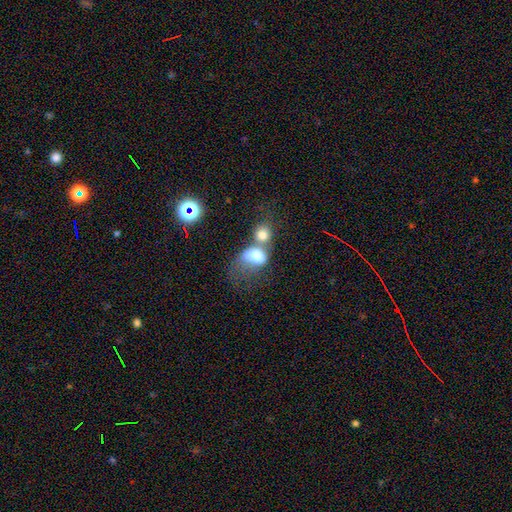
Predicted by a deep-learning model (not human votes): Smooth or featured? Predicted: smooth (p=0.68). How rounded? Predicted: in between (p=0.66). Merging? Predicted: merger (p=0.70).